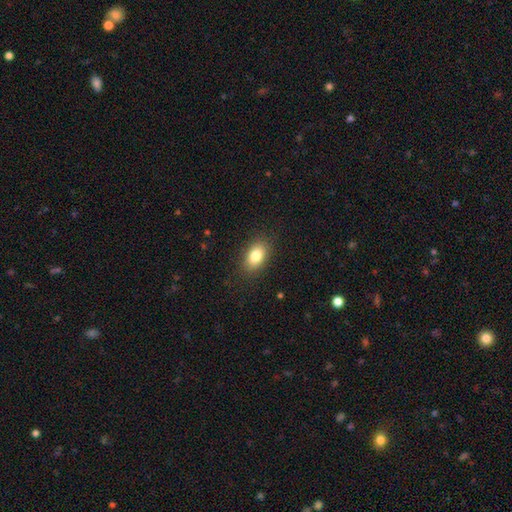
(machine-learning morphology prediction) A smooth galaxy with no disk features (82%) that is in between round and cigar-shaped (86%). Merging: none (86%).